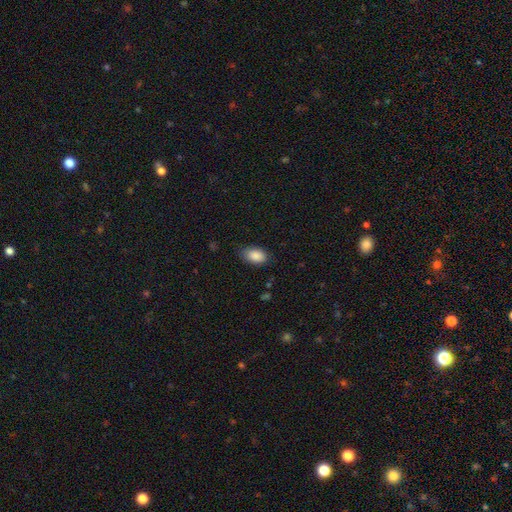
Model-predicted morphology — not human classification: Smooth or featured? Predicted: smooth (p=0.88). How rounded? Predicted: in between (p=0.92). Merging? Predicted: none (p=0.79).